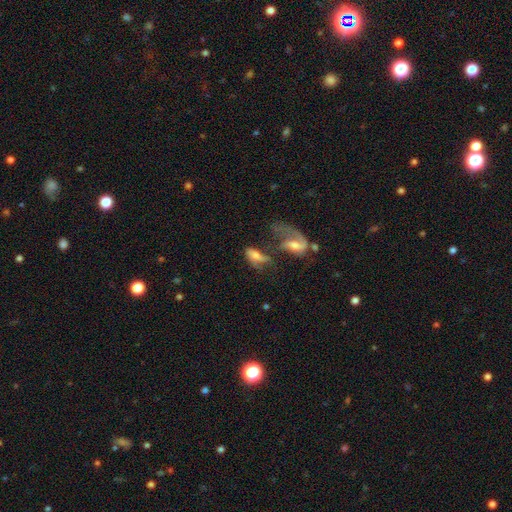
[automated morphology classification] Smooth or featured?
  - smooth: 49% *
  - featured or disk: 40%
  - star or artifact: 10%
Merging?
  - merger: 43% *
  - major disturbance: 25%
  - none: 20%
  - minor disturbance: 12%